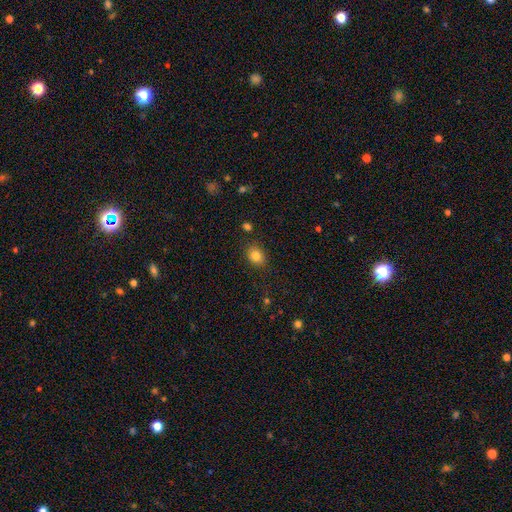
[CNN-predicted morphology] Smooth or featured?
  - smooth: 83% *
  - star or artifact: 10%
  - featured or disk: 6%
How rounded?
  - in between: 57% *
  - round: 42%
  - cigar-shaped: 1%
Merging?
  - none: 85% *
  - minor disturbance: 11%
  - major disturbance: 3%
  - merger: 2%